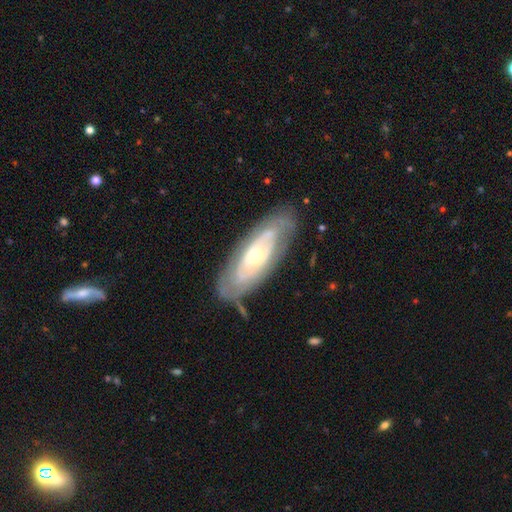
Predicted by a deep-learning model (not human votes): Smooth or featured? Predicted: featured or disk (p=0.73). Edge-on disk? Predicted: no (p=0.85). Bar? Predicted: no (p=0.76). Spiral arms? Predicted: yes (p=0.66). Bulge size? Predicted: small (p=0.50). Merging? Predicted: none (p=0.77).